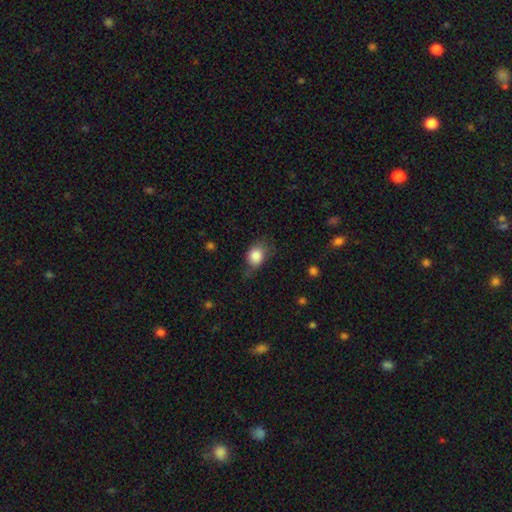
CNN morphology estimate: This appears to be a smooth galaxy with no disk features (84%) that is round (51%). Merging: none (50%).